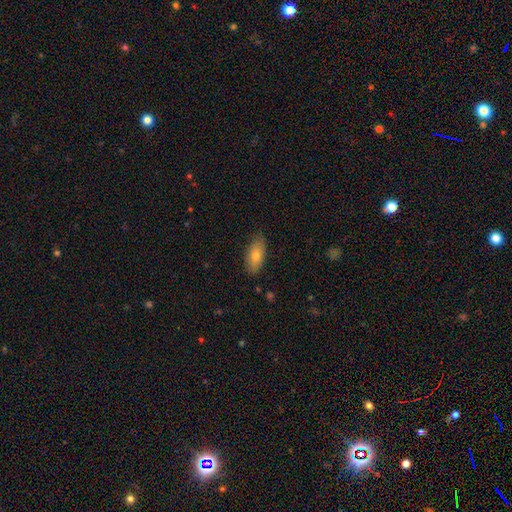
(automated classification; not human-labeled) This is likely a smooth galaxy (73%). How rounded: clearly in between (84%). Merging: clearly none (84%).